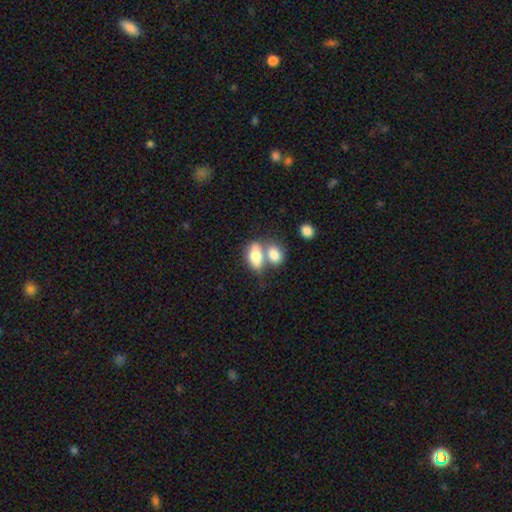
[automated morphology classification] A smooth galaxy with no disk features (73%) that is in between round and cigar-shaped (84%). Merging: merger (58%).